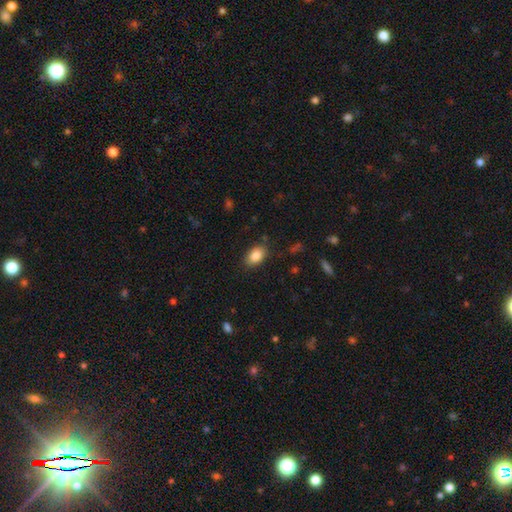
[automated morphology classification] type=smooth (86%); roundness=in between (88%); merging=none (84%).